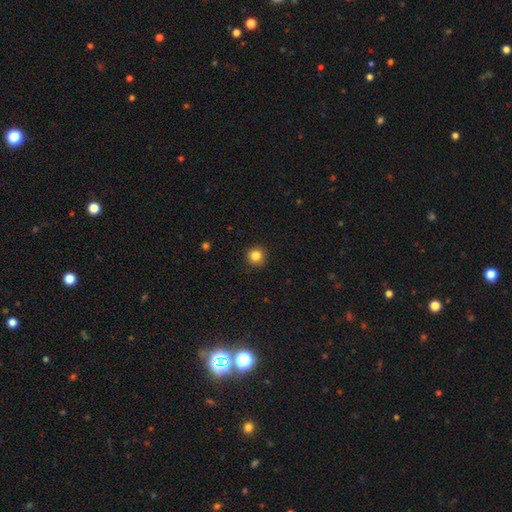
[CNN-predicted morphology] The model was most divided on "smooth or featured": smooth: 84%, star or artifact: 11%, featured or disk: 5%. More confident: how rounded — round (94%); merging — none (92%).